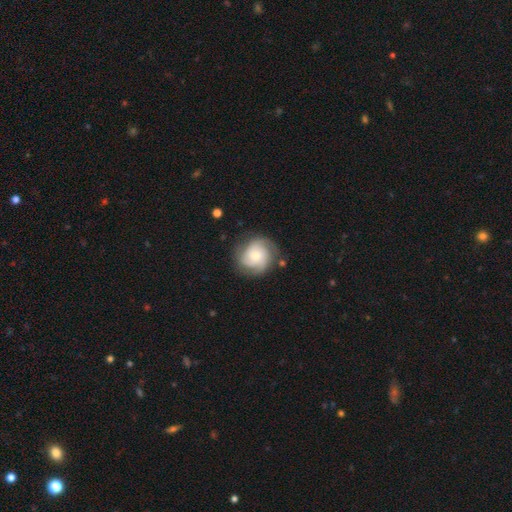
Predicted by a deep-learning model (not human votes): Morphology: type=featured or disk (65%); edge-on=no (98%); bar=no (75%); spiral arms=yes (93%); winding=tight (48%); arm count=3 (47%); bulge=small (48%); merging=none (74%).